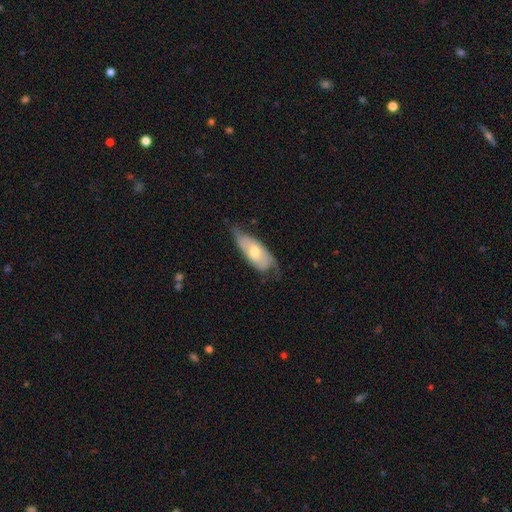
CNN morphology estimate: smooth-or-featured: featured or disk: 51% | smooth: 43% | star or artifact: 6%
  disk-edge-on: no: 83% | yes: 17%
  merging: none: 51% | minor disturbance: 32% | major disturbance: 15% | merger: 2%